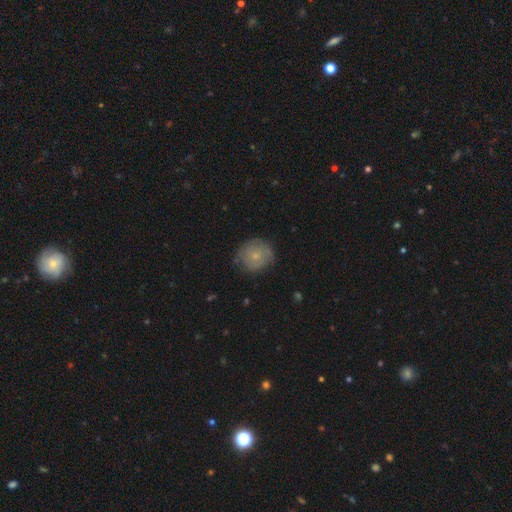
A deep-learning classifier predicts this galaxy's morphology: A smooth galaxy with no disk features (62%) that is round (90%). Merging: none (74%).